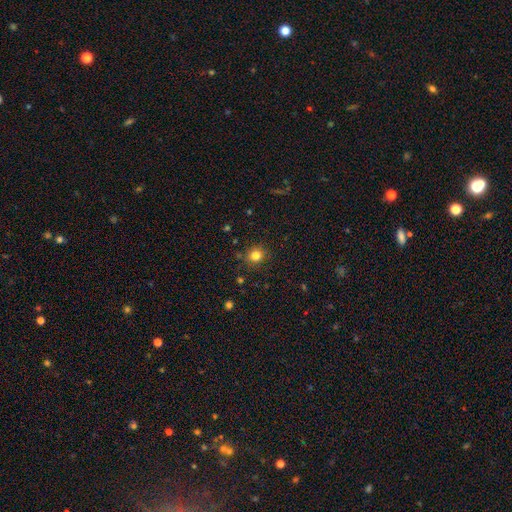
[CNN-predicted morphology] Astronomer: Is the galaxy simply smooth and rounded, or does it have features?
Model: smooth — 81%.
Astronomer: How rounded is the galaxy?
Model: round — 85%.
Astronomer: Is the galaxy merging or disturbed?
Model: none — 87%.